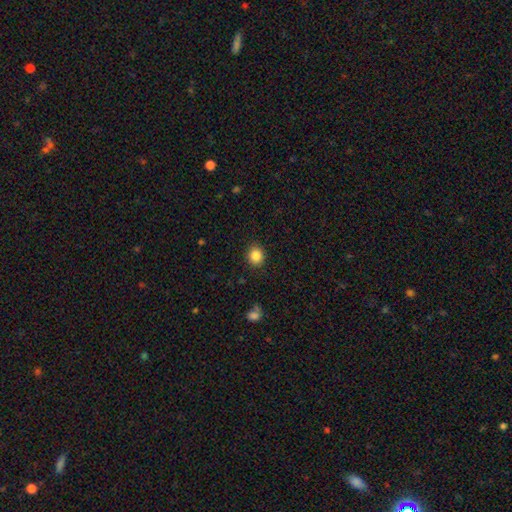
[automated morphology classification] Smooth or featured: smooth — 86% (star or artifact — 10%)
How rounded: round — 77% (in between — 22%)
Merging: none — 89% (minor disturbance — 8%)